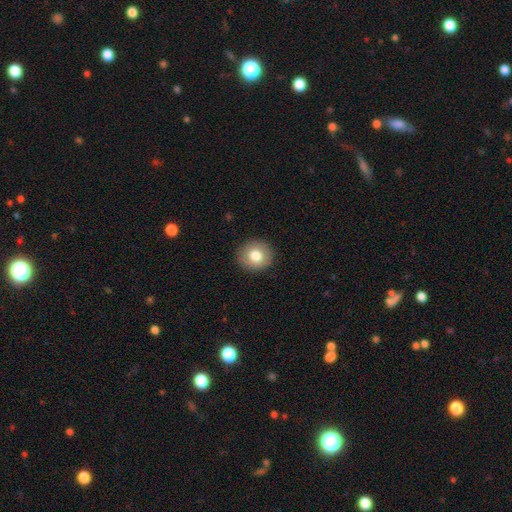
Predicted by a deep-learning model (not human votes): Smooth or featured? smooth (79%)
How rounded? round (89%)
Merging? none (91%)